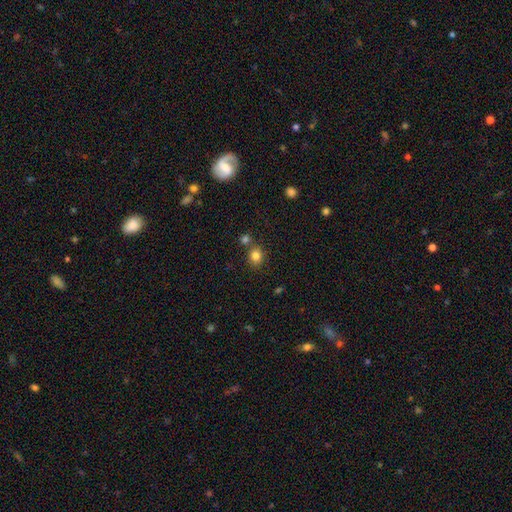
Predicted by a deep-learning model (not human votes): Smooth or featured: smooth — 82% (star or artifact — 12%)
How rounded: round — 73% (in between — 27%)
Merging: none — 69% (merger — 19%)